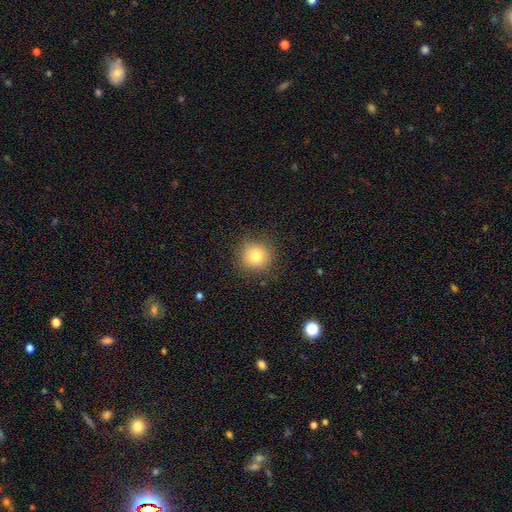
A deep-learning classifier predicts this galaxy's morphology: A smooth galaxy with no disk features (77%) that is round (93%).

Vote fractions:
- Smooth or featured? smooth: 77% / star or artifact: 13% / featured or disk: 10%
- How rounded? round: 93% / in between: 6% / cigar-shaped: 1%
- Merging? none: 88% / minor disturbance: 8% / major disturbance: 3% / merger: 1%